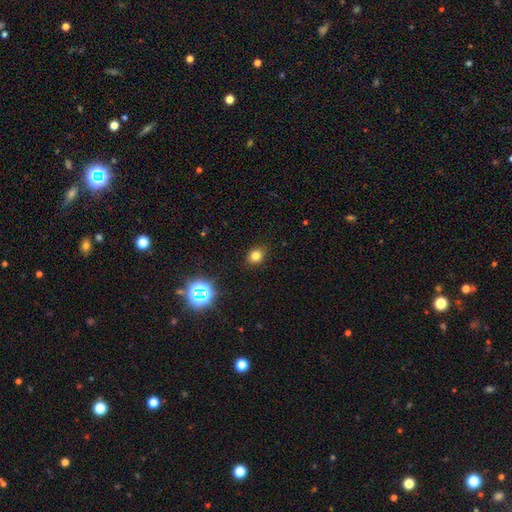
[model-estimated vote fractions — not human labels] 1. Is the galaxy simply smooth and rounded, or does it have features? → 76% smooth, 18% star or artifact, 7% featured or disk.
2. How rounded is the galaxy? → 52% round, 47% in between, 1% cigar-shaped.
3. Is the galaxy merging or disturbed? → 88% none, 9% minor disturbance, 2% major disturbance, 1% merger.